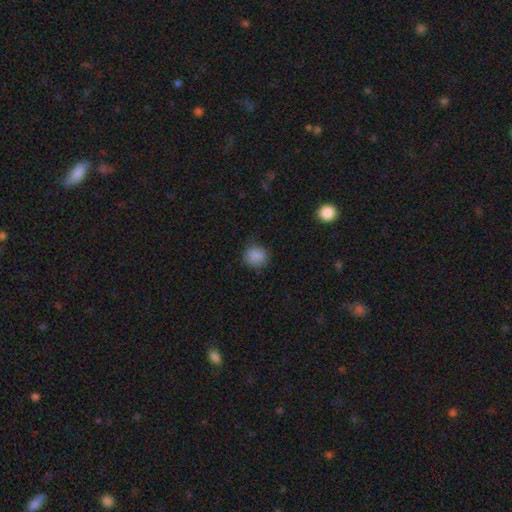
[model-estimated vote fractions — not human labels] Smooth or featured? smooth (86%)
How rounded? round (80%)
Merging? none (78%)